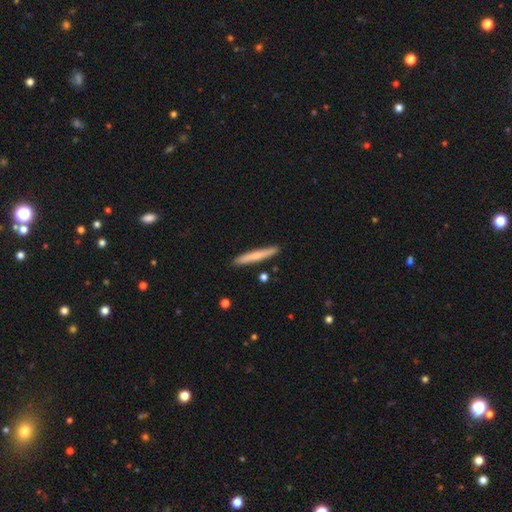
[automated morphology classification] A smooth galaxy with no disk features (66%) that is cigar-shaped (95%).

Vote fractions:
- Smooth or featured? smooth: 66% / featured or disk: 29% / star or artifact: 5%
- How rounded? cigar-shaped: 95% / in between: 3% / round: 1%
- Merging? none: 89% / minor disturbance: 8% / merger: 2% / major disturbance: 1%